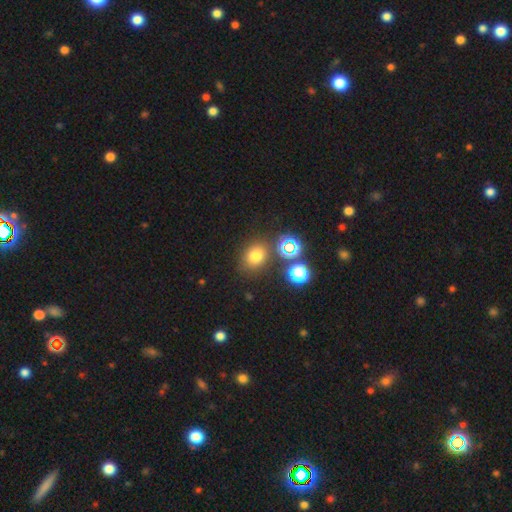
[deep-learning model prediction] smooth_or_featured: smooth (p=0.71) [alt: star or artifact p=0.22]
how_rounded: round (p=0.61) [alt: in between p=0.38]
merging: none (p=0.77) [alt: minor disturbance p=0.11]